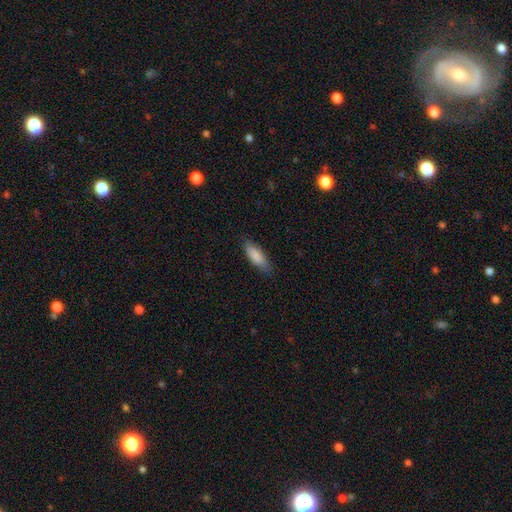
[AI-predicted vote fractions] smooth-or-featured: smooth: 86% | featured or disk: 8% | star or artifact: 6%
  how-rounded: in between: 63% | cigar-shaped: 36% | round: 2%
  merging: none: 80% | minor disturbance: 16% | major disturbance: 3% | merger: 1%